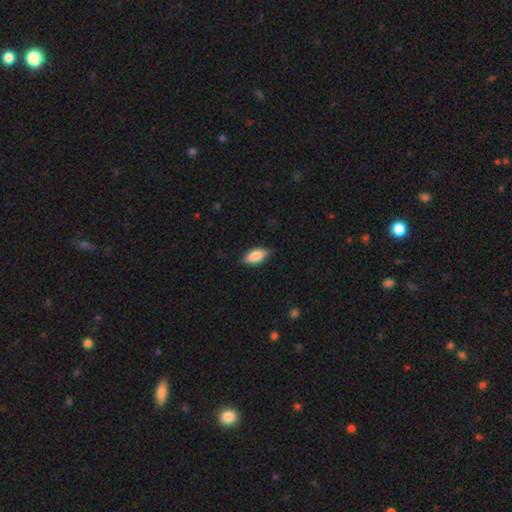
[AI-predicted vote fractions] This is clearly a smooth galaxy (83%). How rounded: clearly in between (88%). Merging: clearly none (83%).